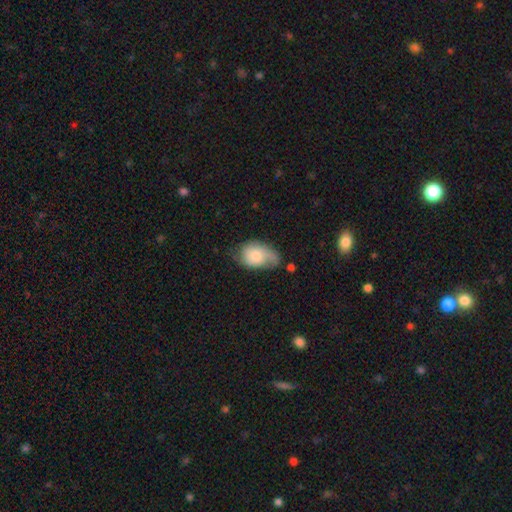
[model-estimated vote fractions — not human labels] Smooth or featured? Predicted: smooth (p=0.61). How rounded? Predicted: in between (p=0.84). Merging? Predicted: minor disturbance (p=0.37).